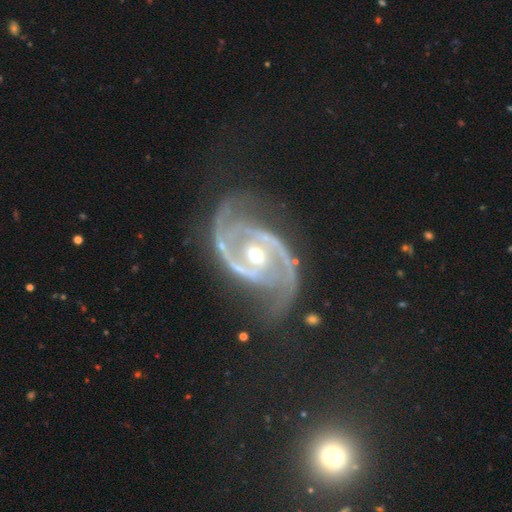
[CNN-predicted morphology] A featured or disk galaxy (92%) with no bar (42%), 2 (89%) medium (54%) spiral arms (98%) and a moderate central bulge (70%).

Vote fractions:
- Smooth or featured? featured or disk: 92% / star or artifact: 5% / smooth: 3%
- Edge-on disk? no: 97% / yes: 3%
- Bar? no: 42% / weak: 33% / strong: 25%
- Spiral arms? yes: 98% / no: 2%
- Spiral winding? medium: 54% / tight: 28% / loose: 18%
- Spiral arm count? 2: 89% / 3: 3% / can't tell: 2% / 1: 2% / 4: 2% / more than 4: 2%
- Bulge size? moderate: 70% / small: 24% / large: 4% / dominant: 1% / none: 1%
- Merging? none: 68% / minor disturbance: 19% / major disturbance: 11% / merger: 2%